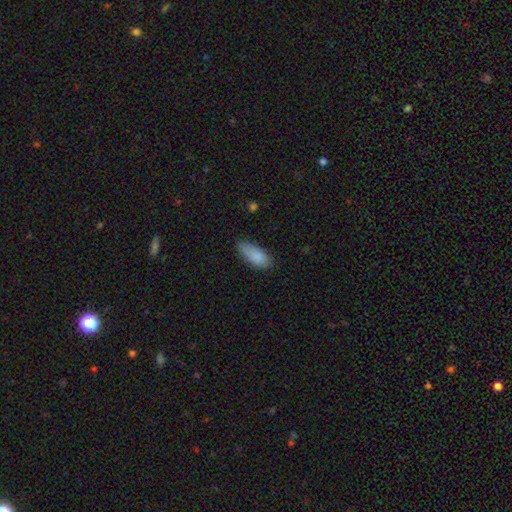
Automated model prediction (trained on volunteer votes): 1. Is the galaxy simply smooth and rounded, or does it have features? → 87% smooth, 7% star or artifact, 7% featured or disk.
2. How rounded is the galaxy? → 81% in between, 17% cigar-shaped, 2% round.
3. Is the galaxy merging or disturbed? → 71% none, 23% minor disturbance, 5% major disturbance, 2% merger.